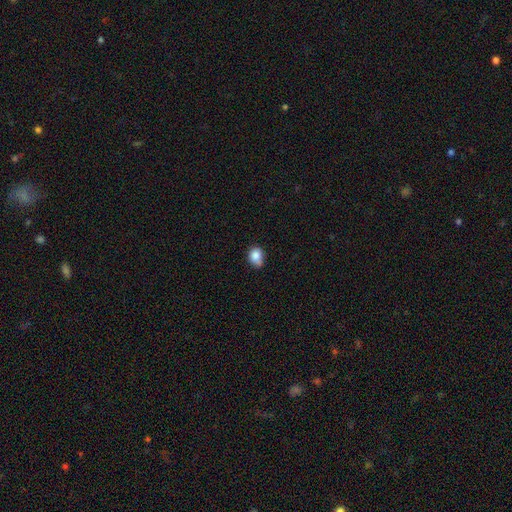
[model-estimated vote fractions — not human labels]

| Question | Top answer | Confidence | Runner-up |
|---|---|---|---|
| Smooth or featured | smooth | 84% | star or artifact (10%) |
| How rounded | round | 50% | in between (48%) |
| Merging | none | 50% | minor disturbance (37%) |